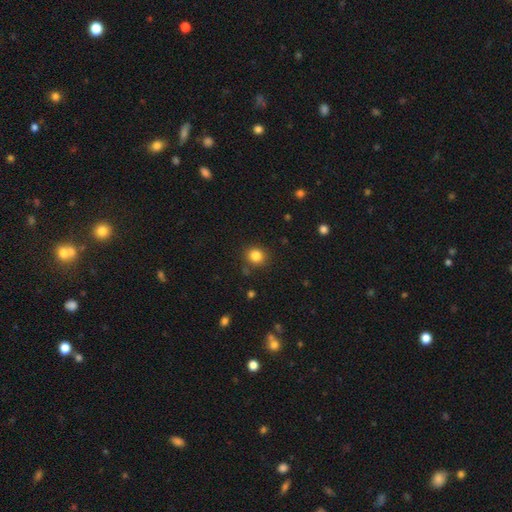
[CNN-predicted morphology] Q: Smooth or featured?
A: smooth (83%); runner-up: star or artifact (12%)
Q: How rounded?
A: round (82%); runner-up: in between (17%)
Q: Merging?
A: none (85%); runner-up: minor disturbance (9%)